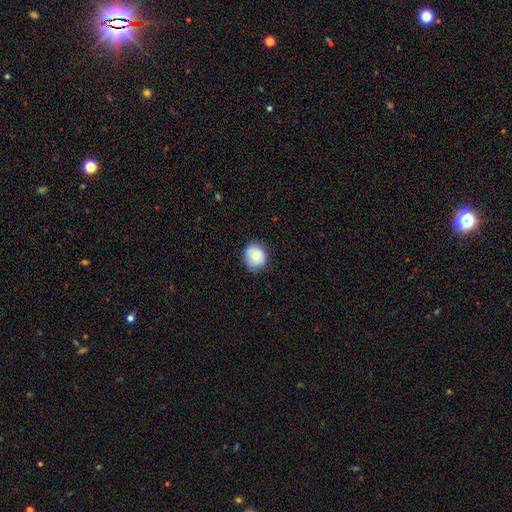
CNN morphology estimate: Smooth or featured? smooth (84%)
How rounded? round (74%)
Merging? none (82%)